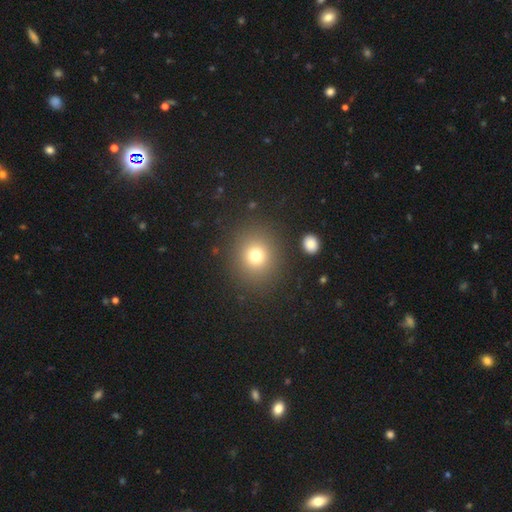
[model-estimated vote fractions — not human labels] smooth-or-featured: smooth: 74% | star or artifact: 16% | featured or disk: 9%
  how-rounded: round: 84% | in between: 15% | cigar-shaped: 1%
  merging: none: 87% | minor disturbance: 7% | major disturbance: 4% | merger: 2%